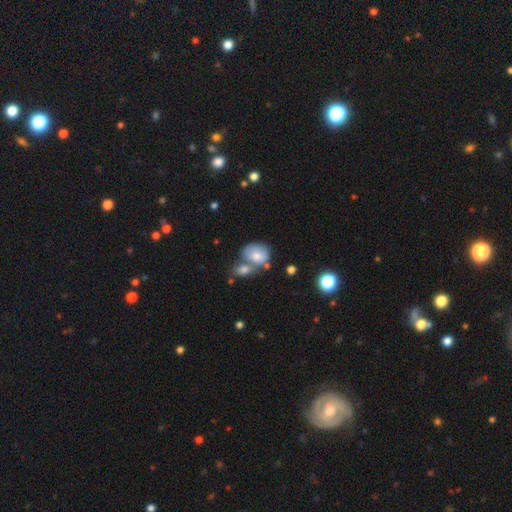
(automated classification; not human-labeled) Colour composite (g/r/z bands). It shows a smooth galaxy with no disk features (71%) that is in between round and cigar-shaped (54%). Merging: merger (45%).